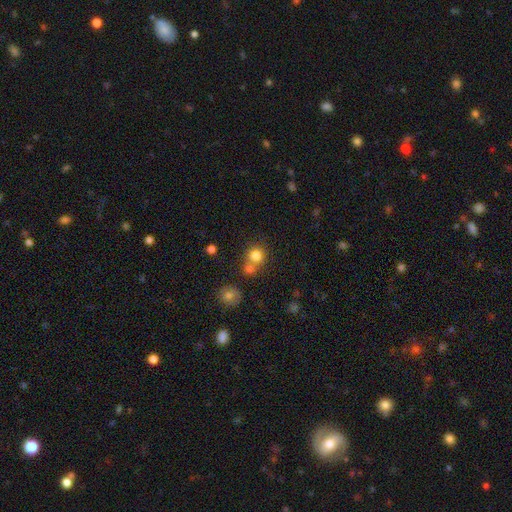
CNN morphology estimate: type=smooth (80%); roundness=round (87%); merging=none (55%).